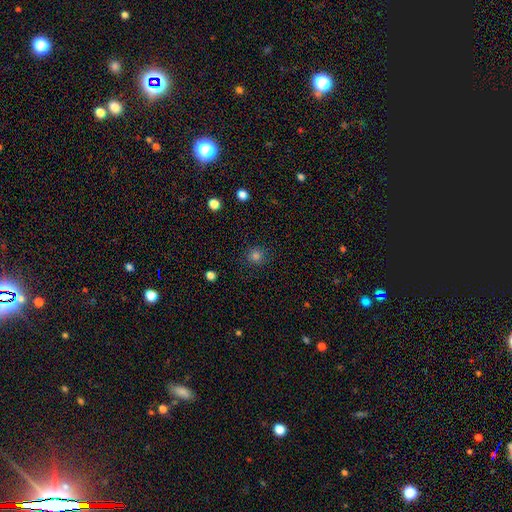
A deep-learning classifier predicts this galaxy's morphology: smooth 78%, star or artifact 18%, featured or disk 5%. Down the decision tree: how rounded — round (93%); merging — none (89%).